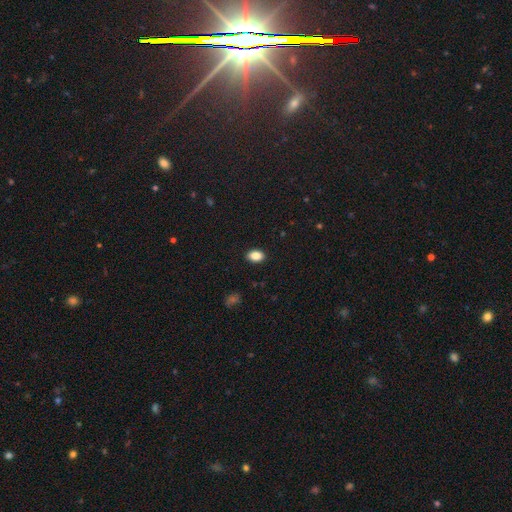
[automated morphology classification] smooth-or-featured: smooth: 87% | star or artifact: 9% | featured or disk: 5%
  how-rounded: in between: 85% | round: 13% | cigar-shaped: 1%
  merging: none: 90% | minor disturbance: 7% | major disturbance: 2% | merger: 1%